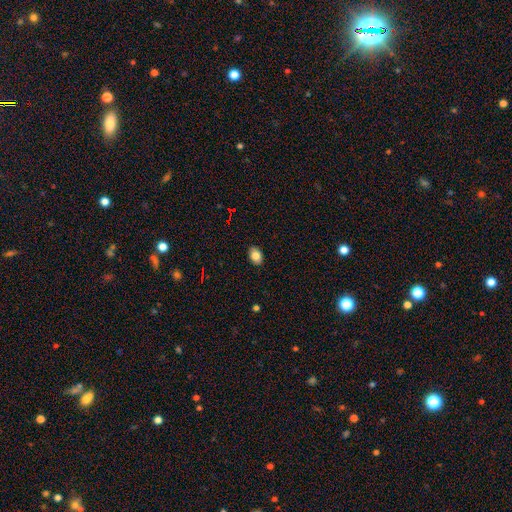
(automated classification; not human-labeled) Morphology: type=smooth (82%); roundness=in between (82%); merging=none (89%).